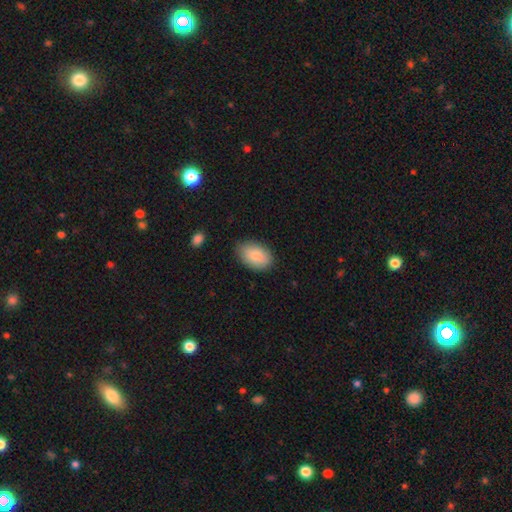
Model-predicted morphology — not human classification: Q: Smooth or featured?
A: smooth (85%); runner-up: featured or disk (8%)
Q: How rounded?
A: in between (90%); runner-up: round (9%)
Q: Merging?
A: none (83%); runner-up: minor disturbance (13%)